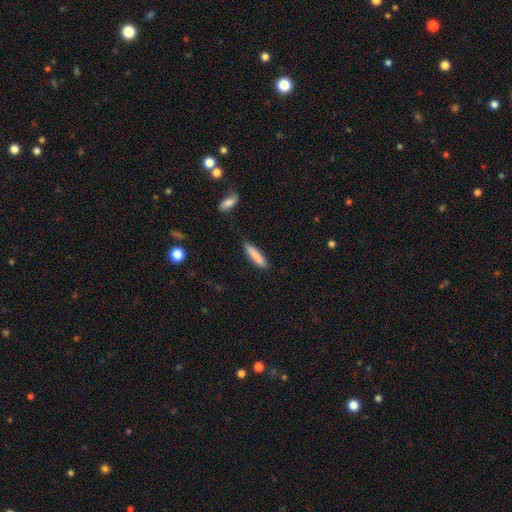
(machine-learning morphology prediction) Smooth or featured? Predicted: smooth (p=0.85). How rounded? Predicted: cigar-shaped (p=0.81). Merging? Predicted: none (p=0.83).